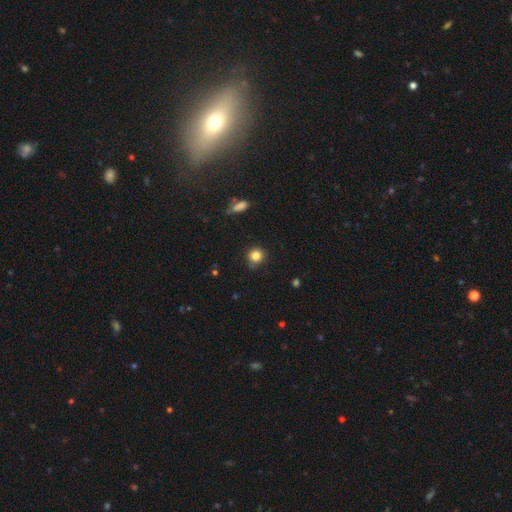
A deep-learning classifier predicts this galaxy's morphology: Smooth or featured: smooth — 83% (star or artifact — 12%)
How rounded: round — 90% (in between — 9%)
Merging: none — 80% (minor disturbance — 14%)